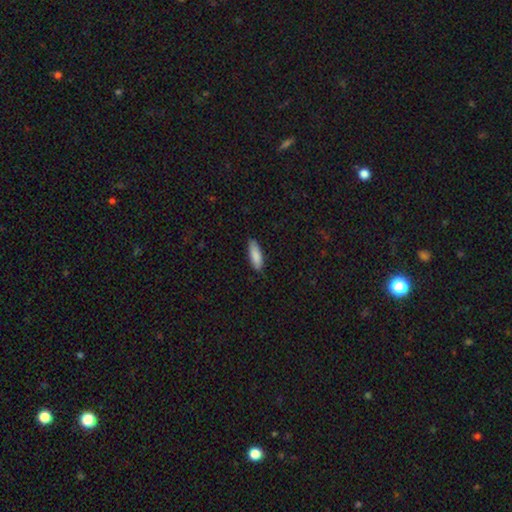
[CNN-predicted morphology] Smooth or featured: smooth — 88% (featured or disk — 7%)
How rounded: in between — 59% (cigar-shaped — 40%)
Merging: none — 86% (minor disturbance — 11%)